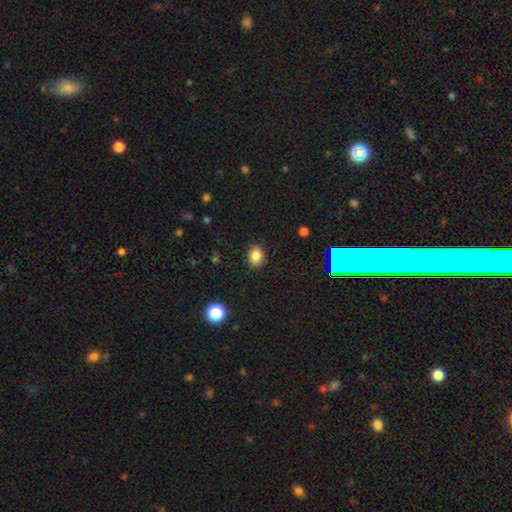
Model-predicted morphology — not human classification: Overall: smooth (82%). How rounded: in between (60%; round 39%). Merging: none (88%).